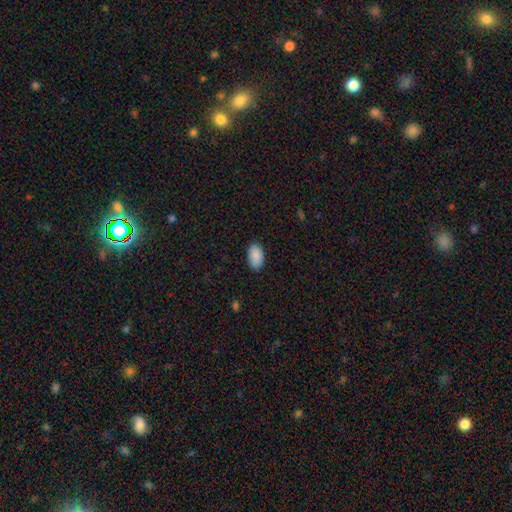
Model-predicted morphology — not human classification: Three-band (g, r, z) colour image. It shows a smooth galaxy with no disk features (90%) that is in between round and cigar-shaped (95%). Merging: none (86%).